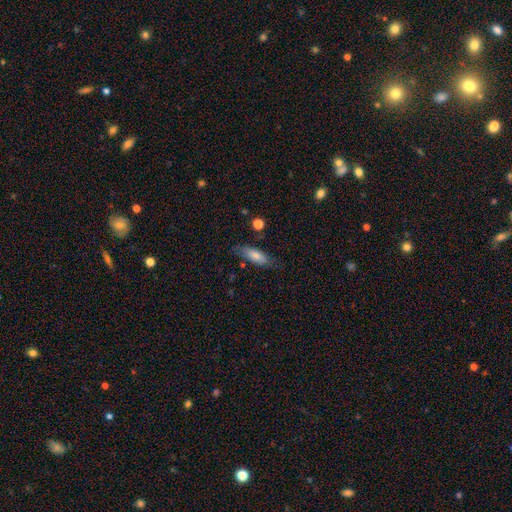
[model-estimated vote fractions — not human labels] The model was most divided on "how rounded": in between: 64%, cigar-shaped: 33%, round: 2%. More confident: smooth or featured — smooth (74%); merging — none (71%).